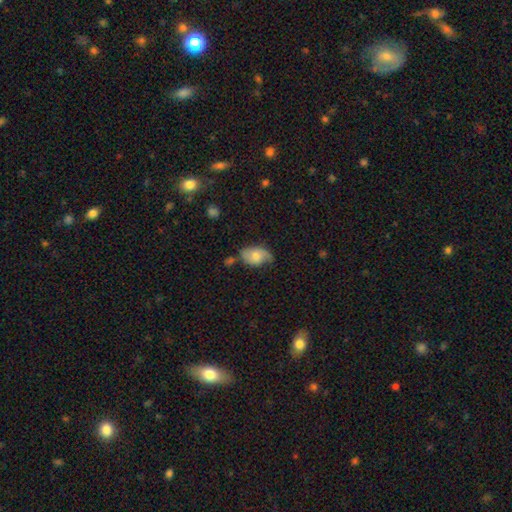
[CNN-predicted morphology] A smooth galaxy with no disk features (54%) that is in between round and cigar-shaped (88%).

Vote fractions:
- Smooth or featured? smooth: 54% / featured or disk: 38% / star or artifact: 8%
- How rounded? in between: 88% / round: 10% / cigar-shaped: 2%
- Merging? none: 52% / minor disturbance: 33% / major disturbance: 10% / merger: 5%